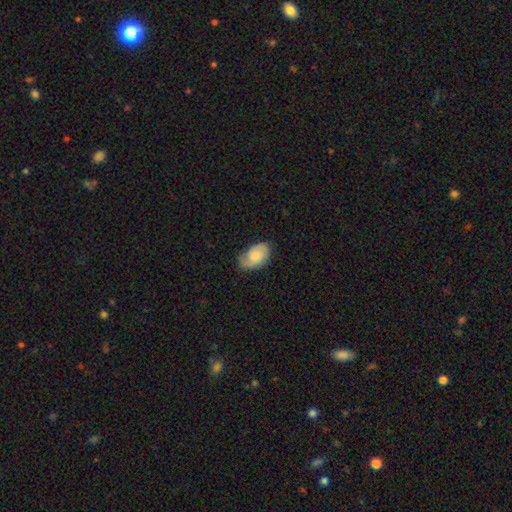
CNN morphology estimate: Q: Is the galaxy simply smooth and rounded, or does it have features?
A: smooth — 50%.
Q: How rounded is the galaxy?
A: in between — 89%.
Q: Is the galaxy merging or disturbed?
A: none — 64%.